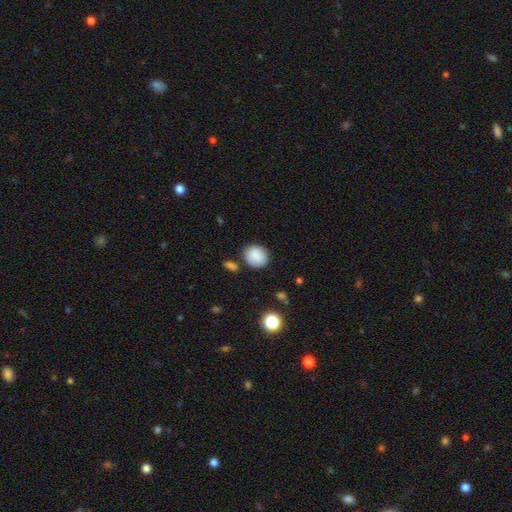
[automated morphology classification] Overall: smooth (86%). How rounded: round (77%). Merging: none (78%).